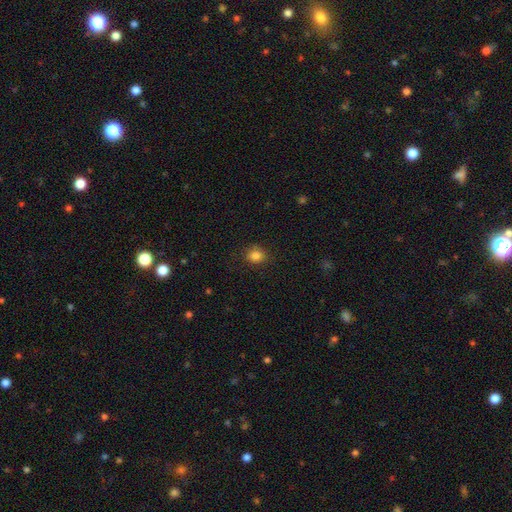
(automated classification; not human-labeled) A smooth galaxy with no disk features (84%) that is round (67%).

Vote fractions:
- Smooth or featured? smooth: 84% / star or artifact: 12% / featured or disk: 4%
- How rounded? round: 67% / in between: 32% / cigar-shaped: 1%
- Merging? none: 83% / minor disturbance: 12% / major disturbance: 3% / merger: 2%